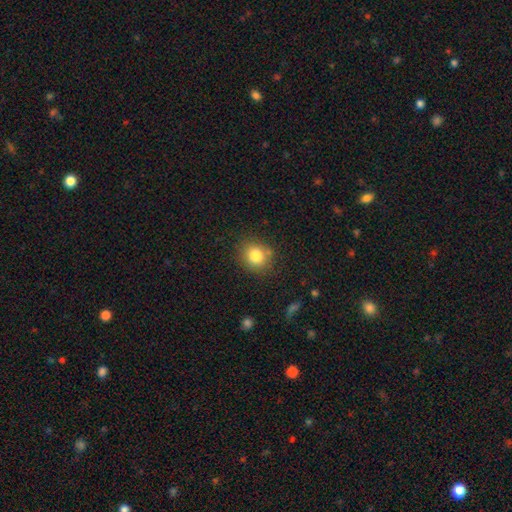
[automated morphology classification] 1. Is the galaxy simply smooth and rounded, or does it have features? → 82% smooth, 11% star or artifact, 7% featured or disk.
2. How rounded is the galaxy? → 80% round, 19% in between, 1% cigar-shaped.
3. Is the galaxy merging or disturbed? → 80% none, 12% minor disturbance, 4% merger, 3% major disturbance.